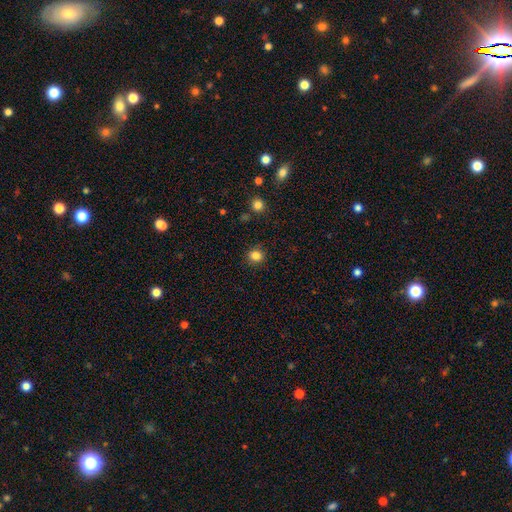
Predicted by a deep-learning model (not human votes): smooth 84%, star or artifact 12%, featured or disk 4%. Down the decision tree: how rounded — round (83%); merging — none (89%).